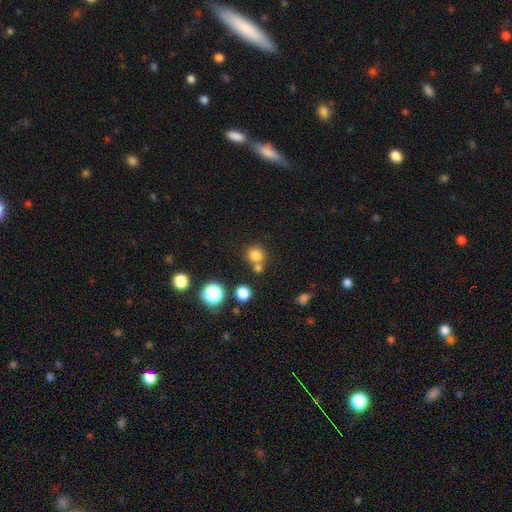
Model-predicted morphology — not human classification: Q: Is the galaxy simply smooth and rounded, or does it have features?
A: smooth — 78%.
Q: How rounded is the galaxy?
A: round — 89%.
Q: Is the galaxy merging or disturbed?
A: none — 62%.